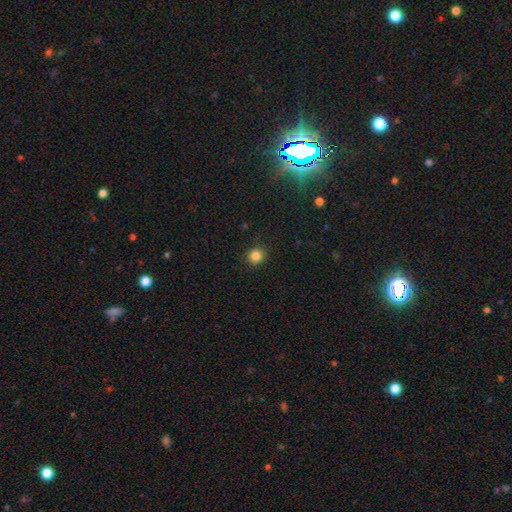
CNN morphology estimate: Smooth or featured?
  - smooth: 84% *
  - star or artifact: 12%
  - featured or disk: 4%
How rounded?
  - round: 92% *
  - in between: 7%
  - cigar-shaped: 1%
Merging?
  - none: 91% *
  - minor disturbance: 6%
  - major disturbance: 2%
  - merger: 1%